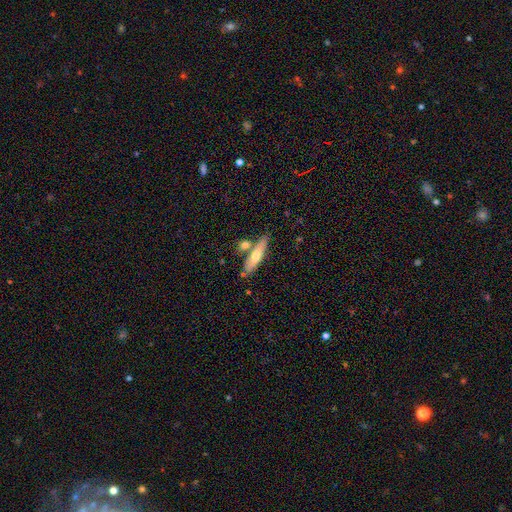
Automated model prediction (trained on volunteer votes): Smooth or featured: smooth — 57% (featured or disk — 37%)
How rounded: cigar-shaped — 75% (in between — 23%)
Merging: none — 66% (merger — 17%)